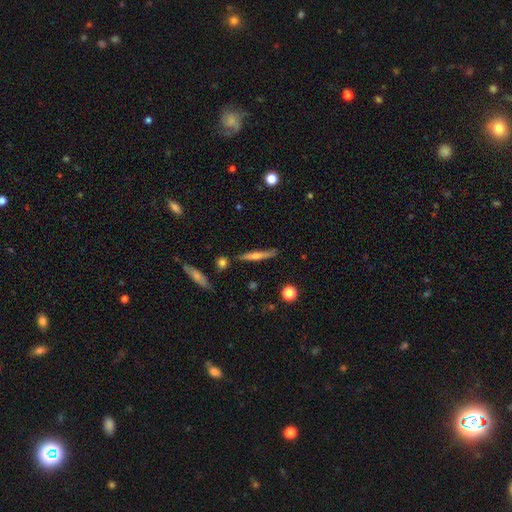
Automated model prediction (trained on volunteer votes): Smooth or featured: featured or disk — 50% (smooth — 43%)
Edge-on disk: yes — 95% (no — 5%)
Merging: none — 83% (minor disturbance — 12%)